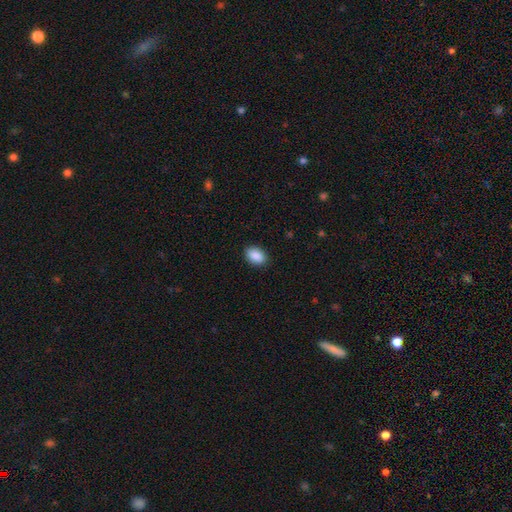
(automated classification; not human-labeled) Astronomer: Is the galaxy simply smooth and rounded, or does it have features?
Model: smooth — 90%.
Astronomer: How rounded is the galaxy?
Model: in between — 85%.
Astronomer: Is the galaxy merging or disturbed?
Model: none — 90%.